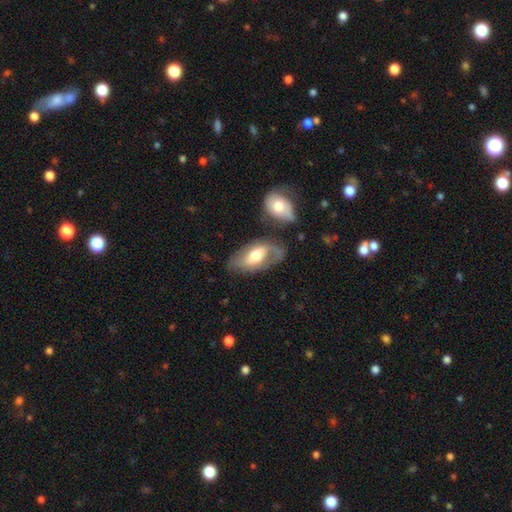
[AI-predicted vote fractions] This is possibly a featured or disk galaxy (58%). It is clearly not viewed edge-on (90%). Bar: marginally weak (39%). Spiral arm pattern: likely yes (73%). Central bulge: likely moderate (64%). Merging: possibly none (51%).